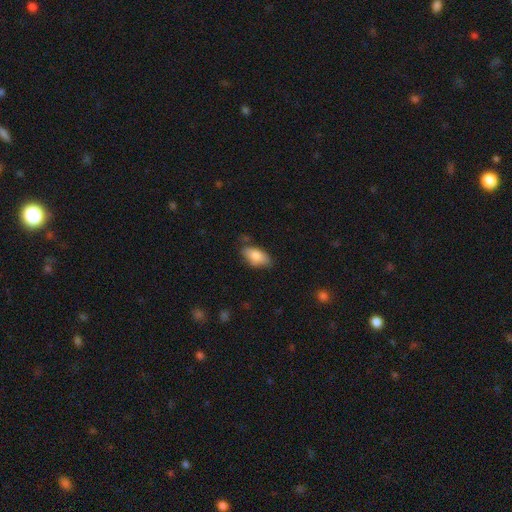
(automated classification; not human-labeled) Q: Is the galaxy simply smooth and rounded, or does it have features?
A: smooth — 80%.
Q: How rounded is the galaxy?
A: in between — 90%.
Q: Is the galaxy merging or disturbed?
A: none — 70%.